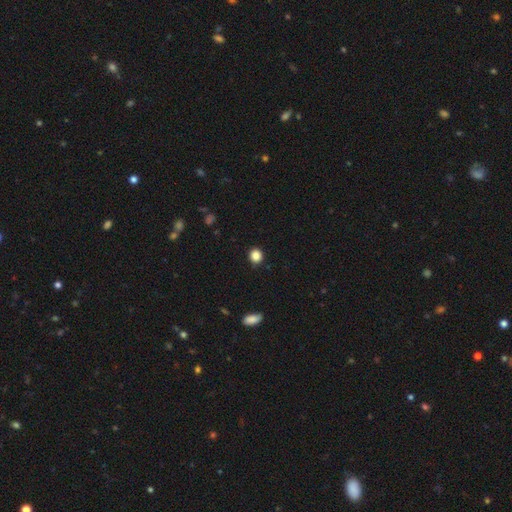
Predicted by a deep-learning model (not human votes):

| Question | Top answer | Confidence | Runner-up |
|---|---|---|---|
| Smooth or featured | smooth | 86% | star or artifact (11%) |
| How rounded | round | 87% | in between (12%) |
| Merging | none | 89% | minor disturbance (8%) |